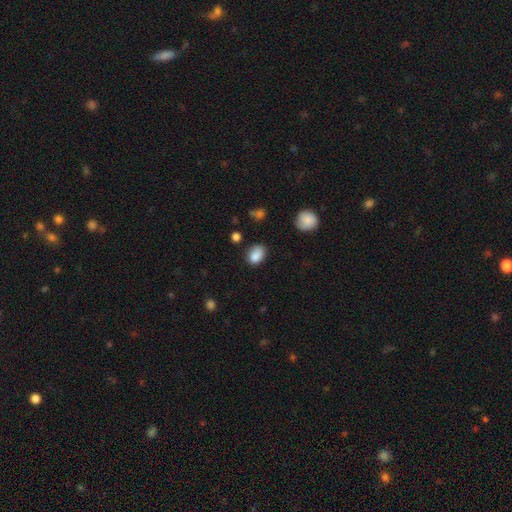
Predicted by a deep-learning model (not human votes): smooth-or-featured: smooth: 85% | star or artifact: 10% | featured or disk: 6%
  how-rounded: in between: 71% | round: 27% | cigar-shaped: 1%
  merging: none: 63% | minor disturbance: 27% | major disturbance: 7% | merger: 3%